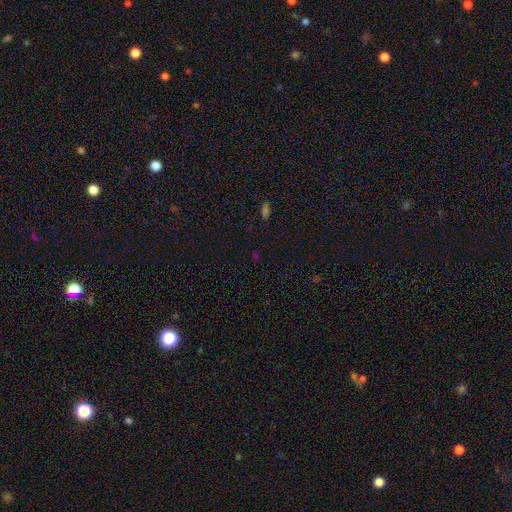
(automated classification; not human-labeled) smooth_or_featured: star or artifact (p=0.53) [alt: smooth p=0.40]